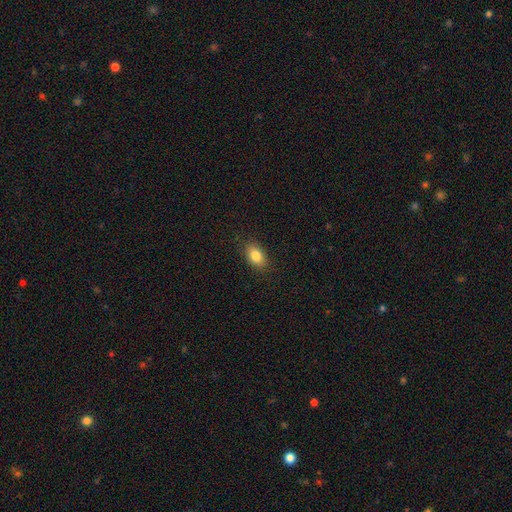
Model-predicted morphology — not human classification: smooth_or_featured: smooth (p=0.84) [alt: star or artifact p=0.09]
how_rounded: in between (p=0.86) [alt: round p=0.12]
merging: none (p=0.87) [alt: minor disturbance p=0.10]